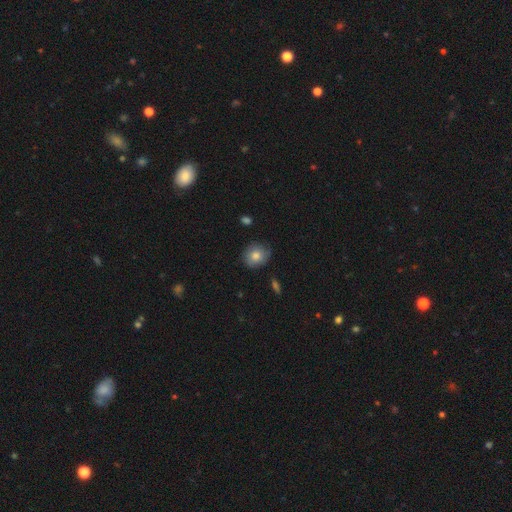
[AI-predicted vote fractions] Smooth or featured? Predicted: smooth (p=0.78). How rounded? Predicted: round (p=0.79). Merging? Predicted: none (p=0.80).